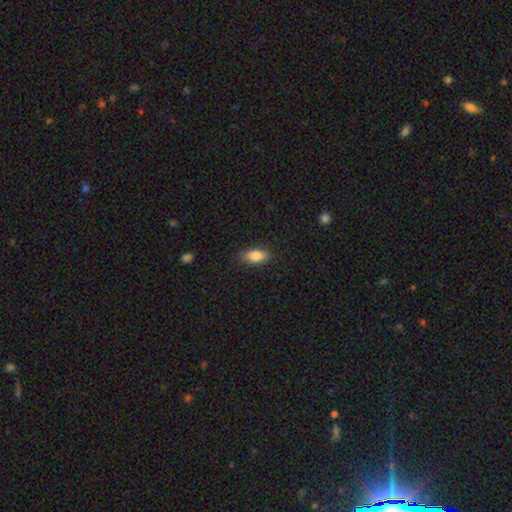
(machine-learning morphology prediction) This is clearly a smooth galaxy (85%). How rounded: clearly in between (85%). Merging: clearly none (86%).